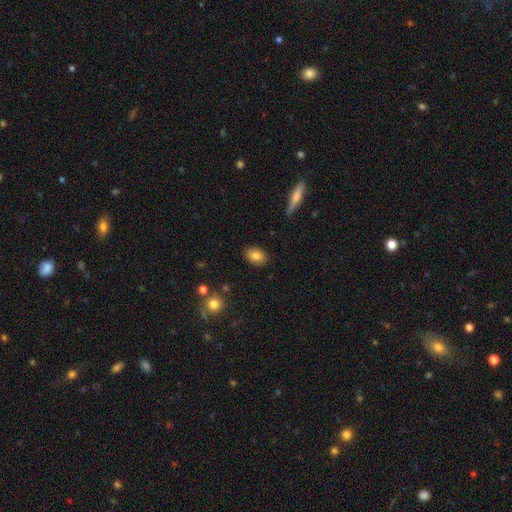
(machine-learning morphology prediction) smooth-or-featured: smooth: 84% | star or artifact: 8% | featured or disk: 8%
  how-rounded: in between: 83% | round: 16% | cigar-shaped: 2%
  merging: none: 87% | minor disturbance: 9% | major disturbance: 2% | merger: 1%